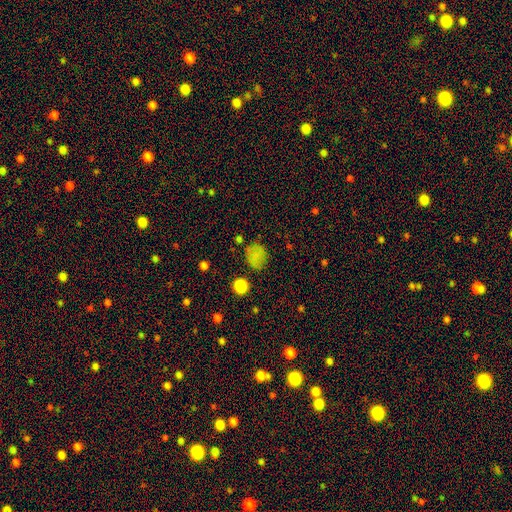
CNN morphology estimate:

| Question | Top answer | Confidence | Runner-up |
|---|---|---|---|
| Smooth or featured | smooth | 77% | star or artifact (15%) |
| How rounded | round | 70% | in between (29%) |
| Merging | none | 75% | minor disturbance (17%) |